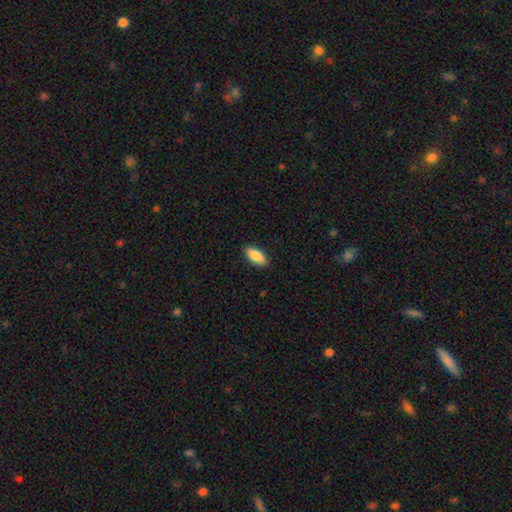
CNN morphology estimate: type=smooth (86%); roundness=in between (87%); merging=none (89%).